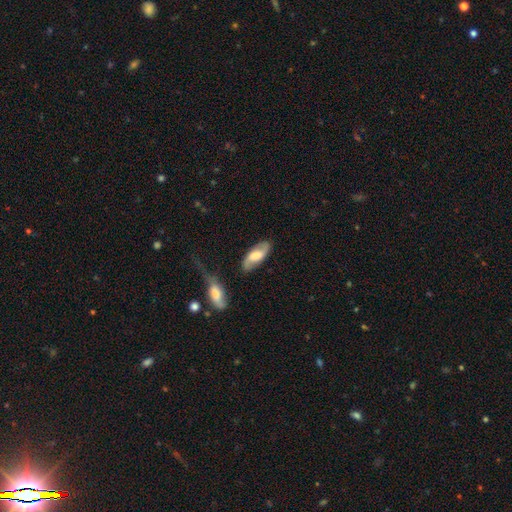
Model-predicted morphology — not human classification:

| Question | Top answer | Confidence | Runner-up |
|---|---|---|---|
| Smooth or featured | featured or disk | 57% | smooth (37%) |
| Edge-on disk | no | 88% | yes (12%) |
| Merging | none | 76% | minor disturbance (15%) |